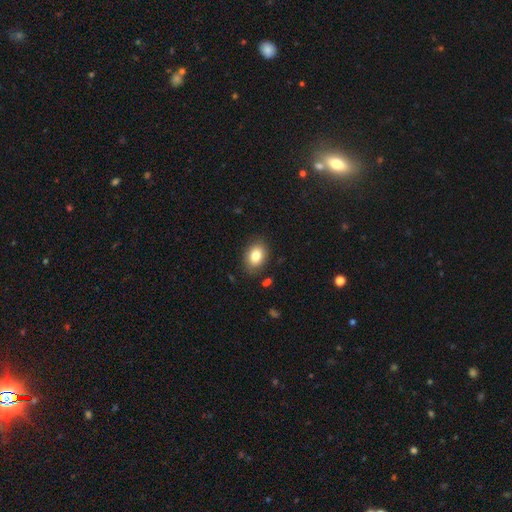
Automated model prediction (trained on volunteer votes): Overall: smooth (82%). How rounded: in between (71%). Merging: none (85%).